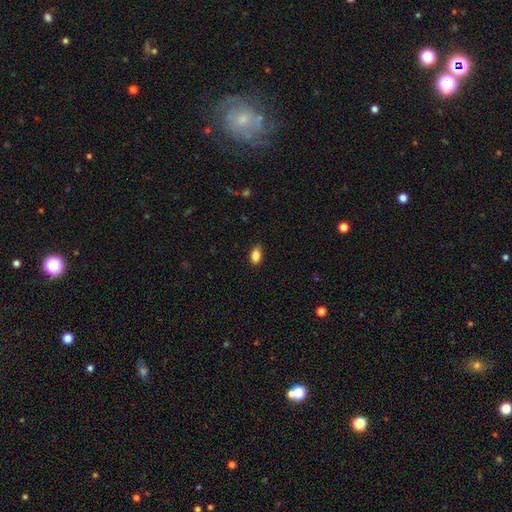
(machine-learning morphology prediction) Smooth or featured?
  - smooth: 87% *
  - star or artifact: 8%
  - featured or disk: 5%
How rounded?
  - in between: 88% *
  - round: 9%
  - cigar-shaped: 3%
Merging?
  - none: 81% *
  - minor disturbance: 15%
  - major disturbance: 3%
  - merger: 1%